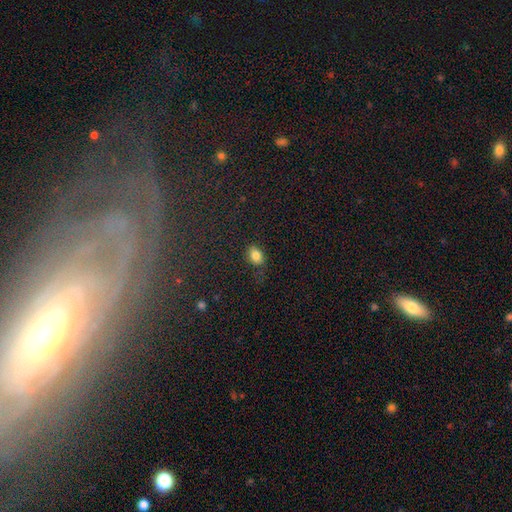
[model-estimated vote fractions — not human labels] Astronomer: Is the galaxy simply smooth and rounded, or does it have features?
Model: smooth — 83%.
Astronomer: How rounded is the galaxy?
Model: in between — 78%.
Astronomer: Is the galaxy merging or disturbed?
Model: none — 77%.